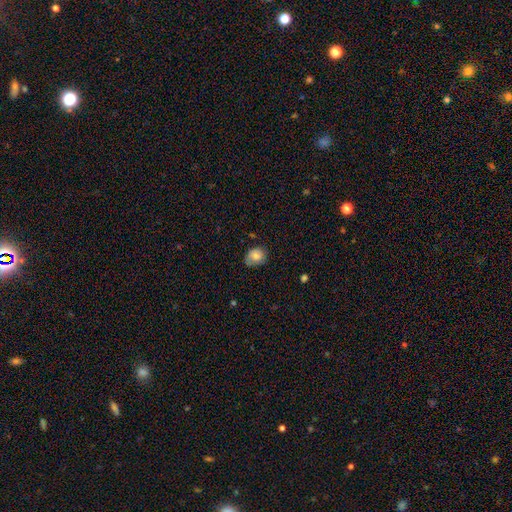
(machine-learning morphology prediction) Overall: smooth (75%). How rounded: in between (50%; round 49%). Merging: none (66%; minor disturbance 27%).